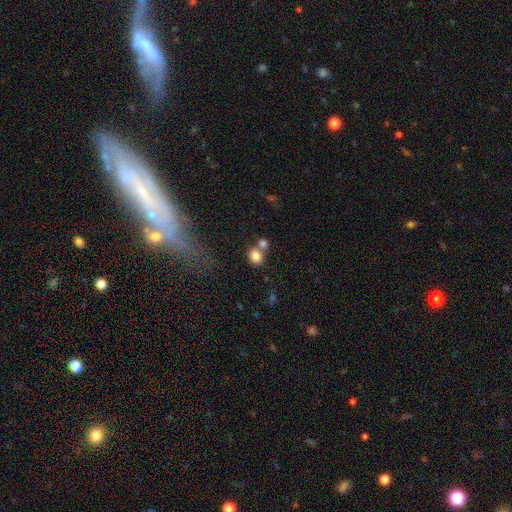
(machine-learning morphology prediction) This appears to be a smooth galaxy with no disk features (81%) that is round (60%). Merging: none (48%).